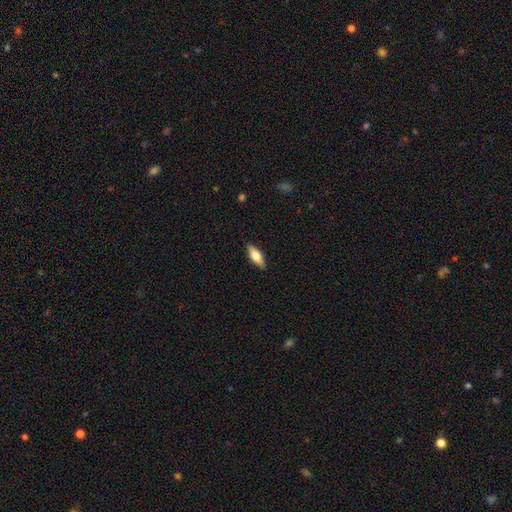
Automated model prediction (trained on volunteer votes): Morphology: type=smooth (59%); roundness=in between (67%); merging=none (88%).